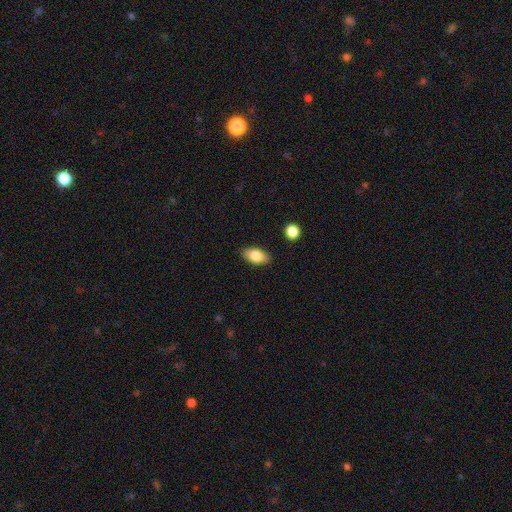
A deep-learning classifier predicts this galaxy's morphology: This appears to be a smooth galaxy with no disk features (82%) that is in between round and cigar-shaped (92%). Merging: none (87%).